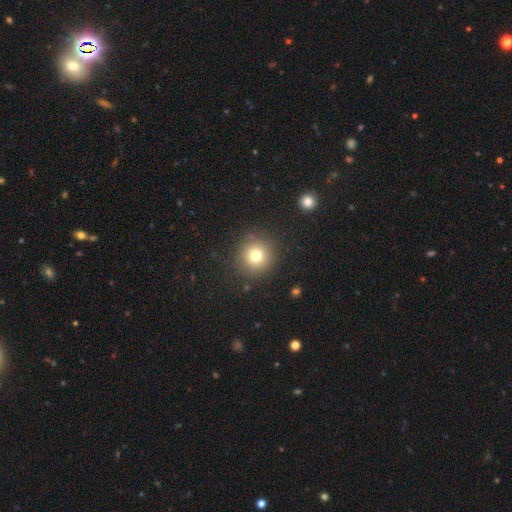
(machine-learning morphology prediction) Q: Smooth or featured?
A: smooth (76%); runner-up: star or artifact (14%)
Q: How rounded?
A: round (93%); runner-up: in between (6%)
Q: Merging?
A: none (89%); runner-up: minor disturbance (7%)